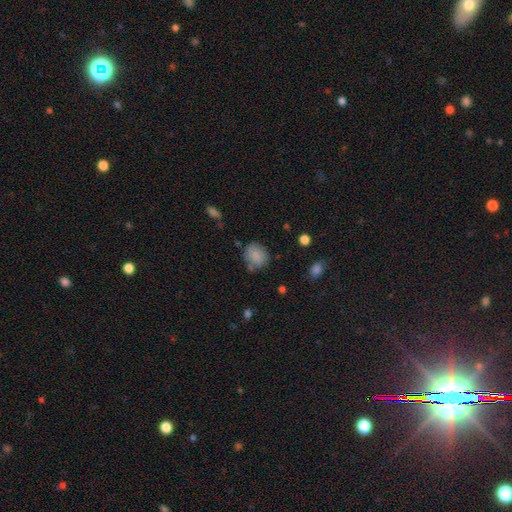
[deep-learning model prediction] Smooth or featured?
  - smooth: 82% *
  - star or artifact: 9%
  - featured or disk: 9%
How rounded?
  - round: 62% *
  - in between: 37%
  - cigar-shaped: 1%
Merging?
  - none: 68% *
  - minor disturbance: 20%
  - major disturbance: 6%
  - merger: 6%